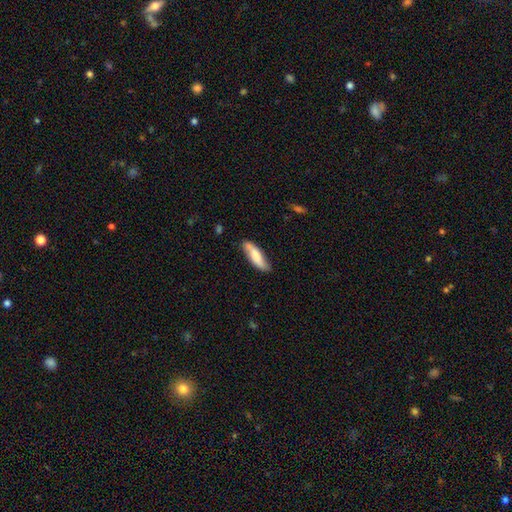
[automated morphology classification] This appears to be a smooth galaxy with no disk features (67%) that is cigar-shaped (54%). Merging: none (72%).